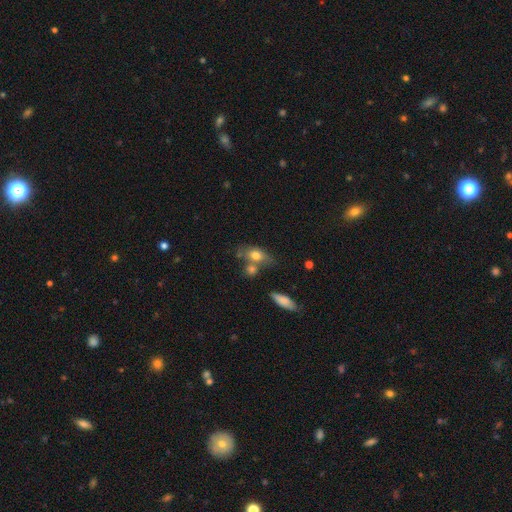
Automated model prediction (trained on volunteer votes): Smooth or featured? Predicted: smooth (p=0.71). How rounded? Predicted: in between (p=0.72). Merging? Predicted: none (p=0.47).